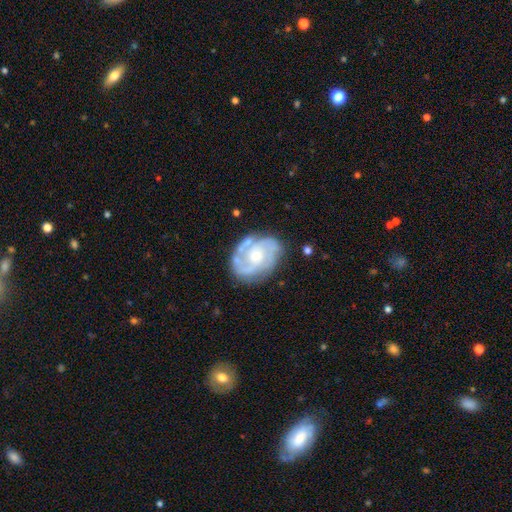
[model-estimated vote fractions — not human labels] smooth_or_featured: featured or disk (p=0.82) [alt: smooth p=0.13]
disk_edge_on: no (p=0.98) [alt: yes p=0.02]
bar: no (p=0.68) [alt: weak p=0.27]
has_spiral_arms: yes (p=0.90) [alt: no p=0.10]
spiral_winding: tight (p=0.46) [alt: medium p=0.41]
spiral_arm_count: 2 (p=0.41) [alt: can't tell p=0.24]
bulge_size: moderate (p=0.53) [alt: small p=0.37]
merging: none (p=0.70) [alt: minor disturbance p=0.19]